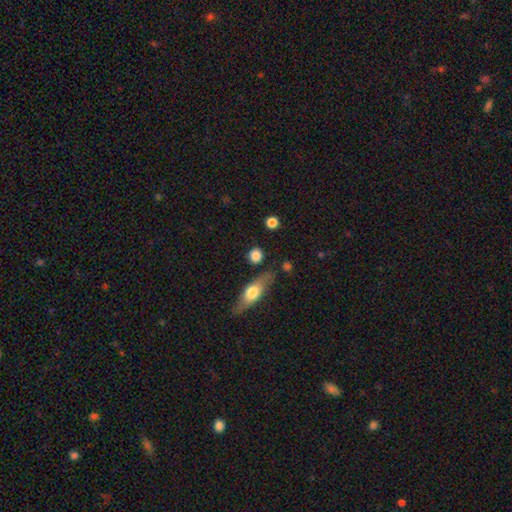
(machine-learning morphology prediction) Smooth or featured? smooth (83%)
How rounded? round (84%)
Merging? none (80%)